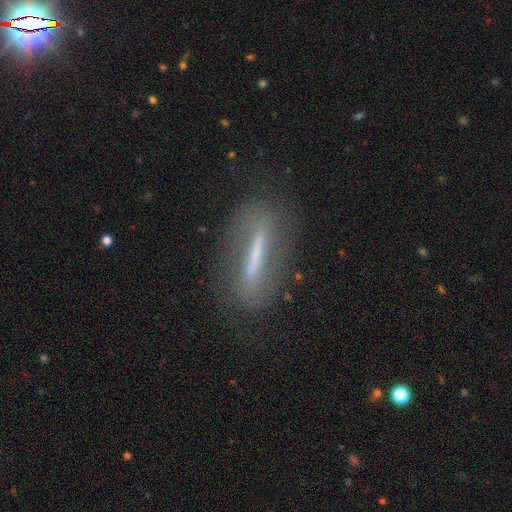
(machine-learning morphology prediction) smooth_or_featured: featured or disk (p=0.53) [alt: smooth p=0.37]
disk_edge_on: yes (p=0.61) [alt: no p=0.39]
merging: none (p=0.80) [alt: minor disturbance p=0.12]